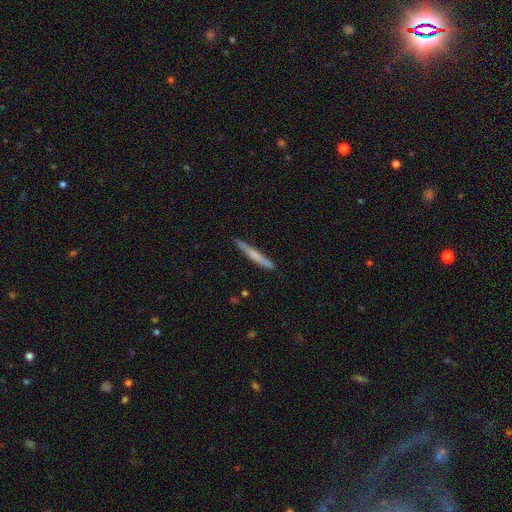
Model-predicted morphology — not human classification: Overall: smooth (55%; featured or disk 39%). How rounded: cigar-shaped (96%). Merging: none (87%).